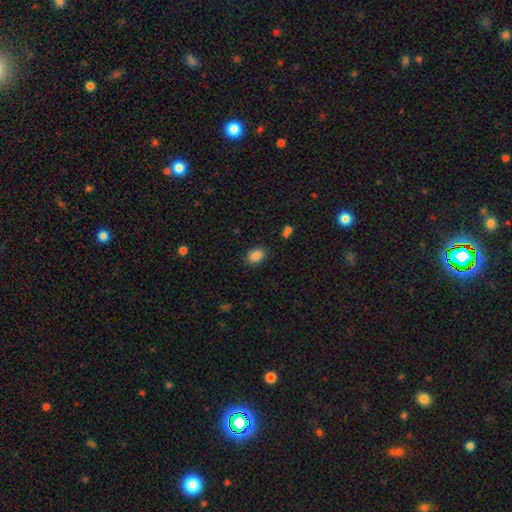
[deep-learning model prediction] smooth-or-featured: smooth: 86% | star or artifact: 9% | featured or disk: 4%
  how-rounded: in between: 72% | round: 27% | cigar-shaped: 1%
  merging: none: 84% | minor disturbance: 11% | major disturbance: 3% | merger: 2%